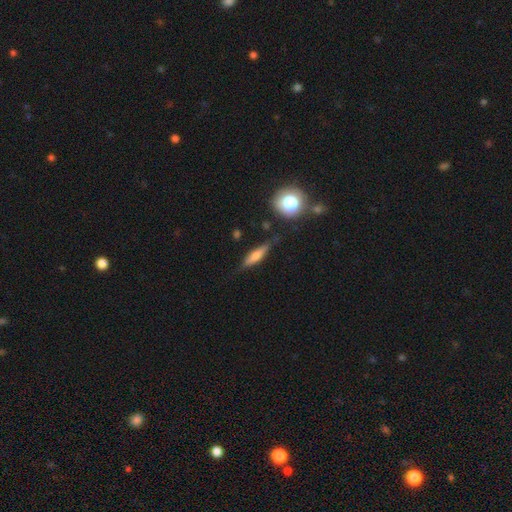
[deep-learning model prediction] Smooth or featured: smooth — 50% (featured or disk — 42%)
How rounded: cigar-shaped — 74% (in between — 21%)
Merging: none — 75% (minor disturbance — 16%)